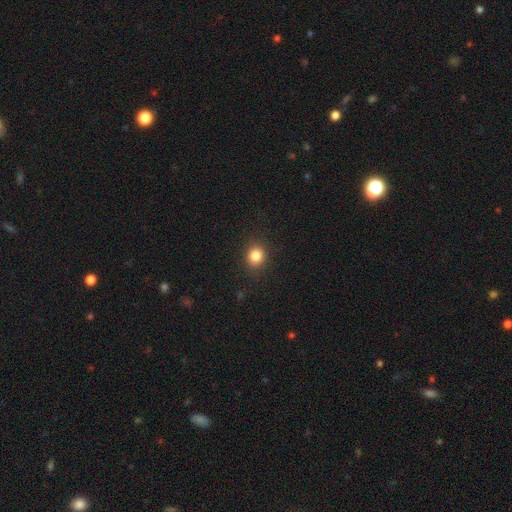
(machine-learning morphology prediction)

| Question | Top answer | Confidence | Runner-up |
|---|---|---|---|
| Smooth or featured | smooth | 84% | star or artifact (11%) |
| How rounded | round | 76% | in between (23%) |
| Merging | none | 89% | minor disturbance (8%) |